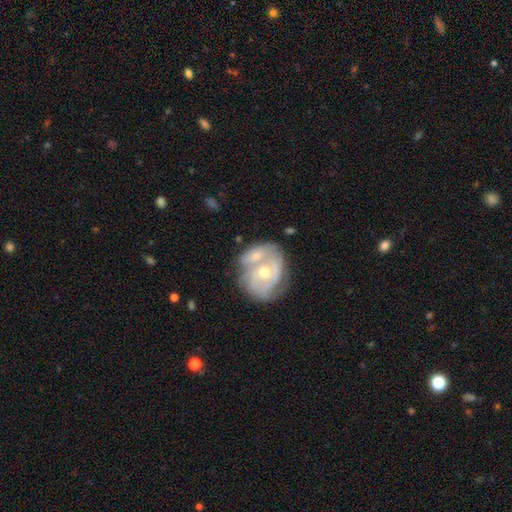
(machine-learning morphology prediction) Smooth or featured? featured or disk (67%)
Edge-on disk? no (96%)
Bar? no (70%)
Spiral arms? yes (77%)
Bulge size? moderate (67%)
Merging? merger (52%)